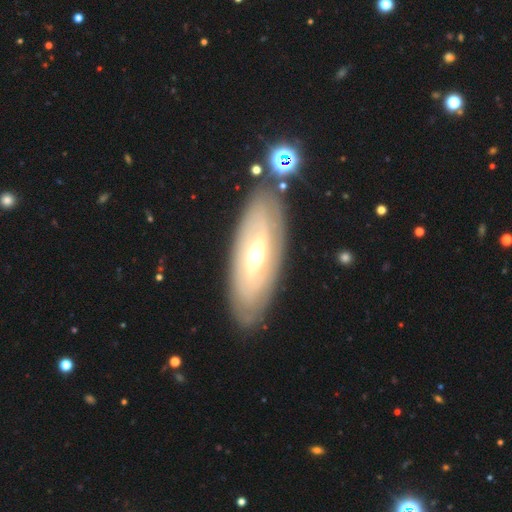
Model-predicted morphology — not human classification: Smooth or featured: featured or disk — 70% (smooth — 24%)
Edge-on disk: no — 81% (yes — 19%)
Bar: no — 48% (weak — 35%)
Spiral arms: yes — 59% (no — 41%)
Bulge size: moderate — 68% (small — 23%)
Merging: none — 83% (minor disturbance — 10%)